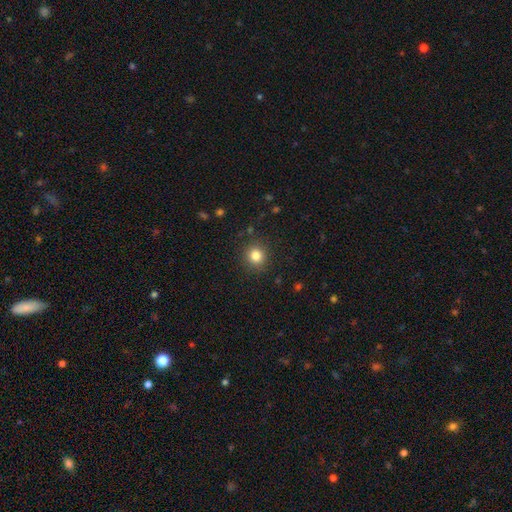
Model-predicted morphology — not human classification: Smooth or featured? Predicted: smooth (p=0.82). How rounded? Predicted: round (p=0.90). Merging? Predicted: none (p=0.89).